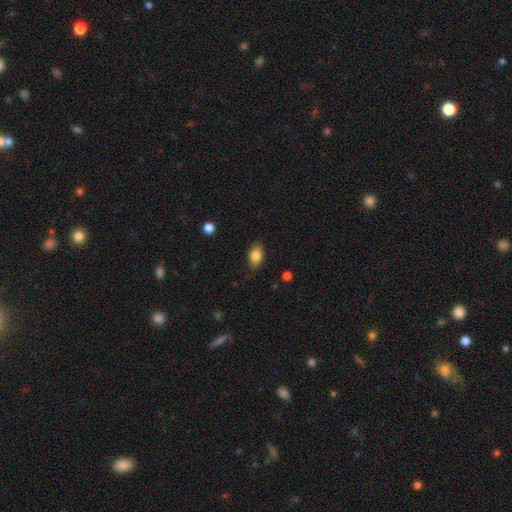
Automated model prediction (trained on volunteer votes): smooth_or_featured: smooth (p=0.84) [alt: featured or disk p=0.08]
how_rounded: in between (p=0.87) [alt: round p=0.10]
merging: none (p=0.83) [alt: minor disturbance p=0.13]